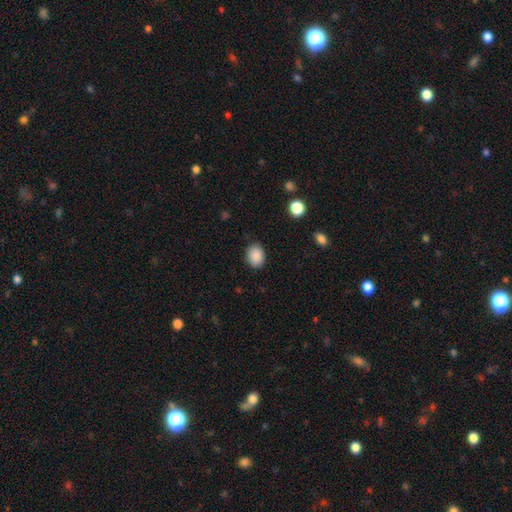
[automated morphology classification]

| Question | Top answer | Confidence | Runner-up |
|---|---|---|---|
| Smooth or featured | smooth | 89% | star or artifact (8%) |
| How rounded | in between | 64% | round (36%) |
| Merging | none | 86% | minor disturbance (10%) |